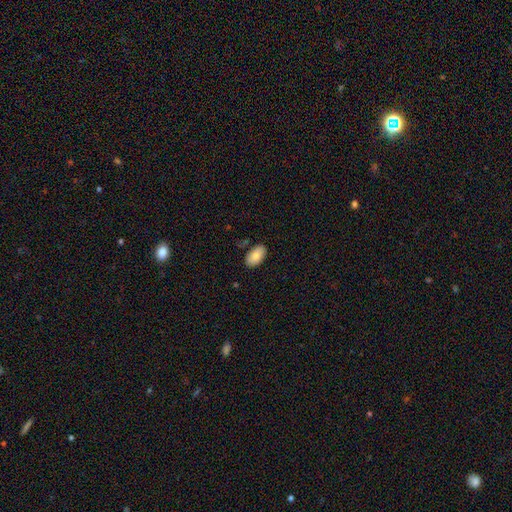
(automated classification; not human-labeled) A smooth galaxy with no disk features (84%) that is in between round and cigar-shaped (95%). Merging: none (84%).